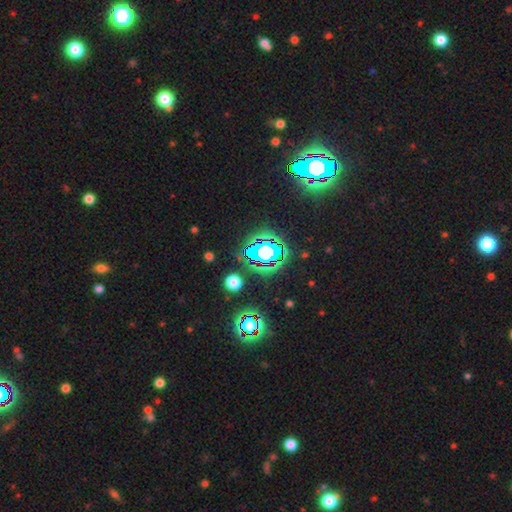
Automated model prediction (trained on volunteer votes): The model was most divided on "smooth or featured": star or artifact: 83%, smooth: 10%, featured or disk: 7%.